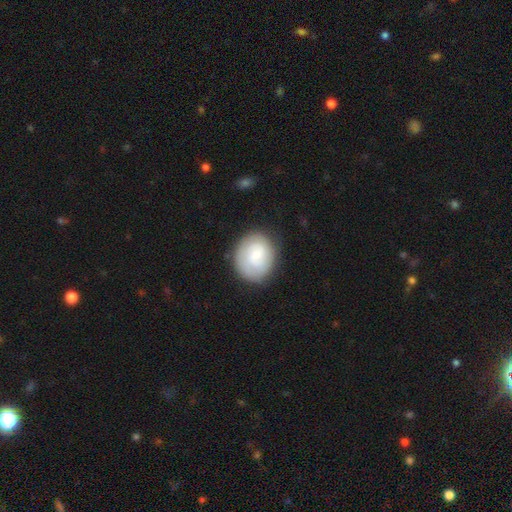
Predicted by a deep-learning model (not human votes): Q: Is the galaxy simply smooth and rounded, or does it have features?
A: smooth — 56%.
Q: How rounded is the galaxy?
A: round — 68%.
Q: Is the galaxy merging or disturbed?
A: none — 78%.